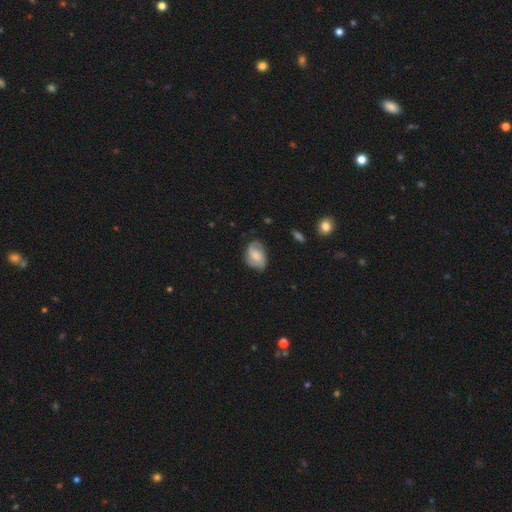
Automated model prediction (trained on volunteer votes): Smooth or featured? Predicted: smooth (p=0.52). How rounded? Predicted: in between (p=0.77). Merging? Predicted: none (p=0.62).